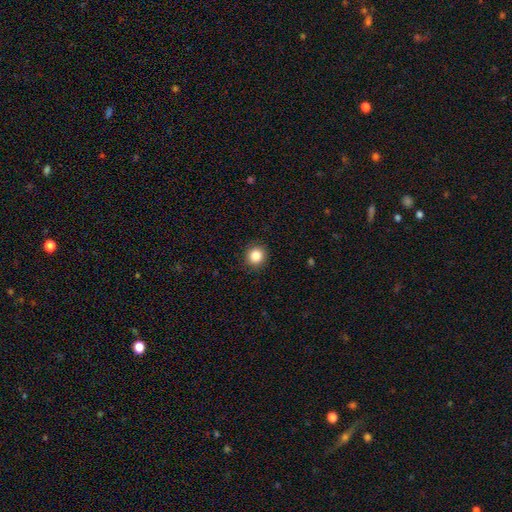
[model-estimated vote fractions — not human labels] This appears to be a smooth galaxy with no disk features (85%) that is round (90%). Merging: none (91%).